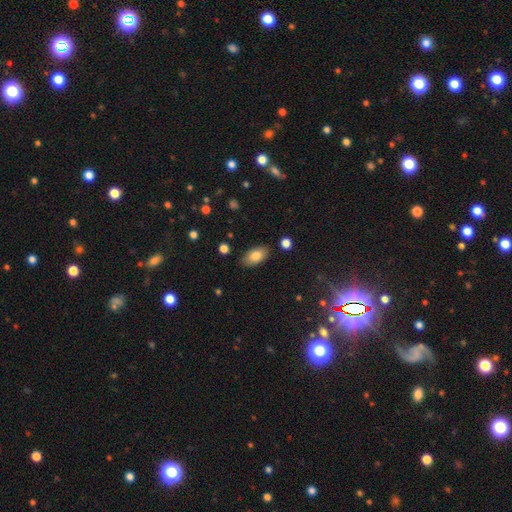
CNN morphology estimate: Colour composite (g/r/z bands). It shows a smooth galaxy with no disk features (82%) that is in between round and cigar-shaped (92%). Merging: none (85%).